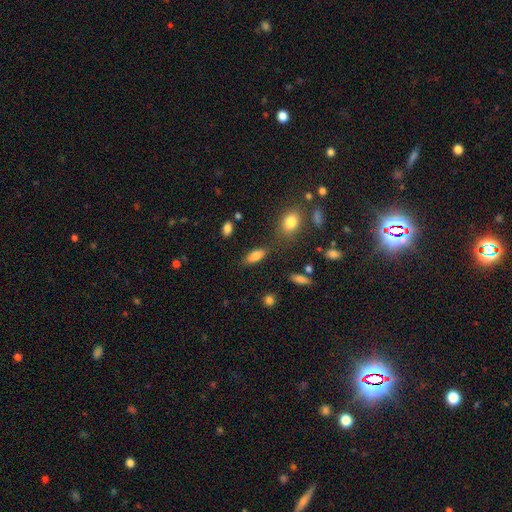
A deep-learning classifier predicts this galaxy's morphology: type=smooth (78%); roundness=in between (79%); merging=none (76%).